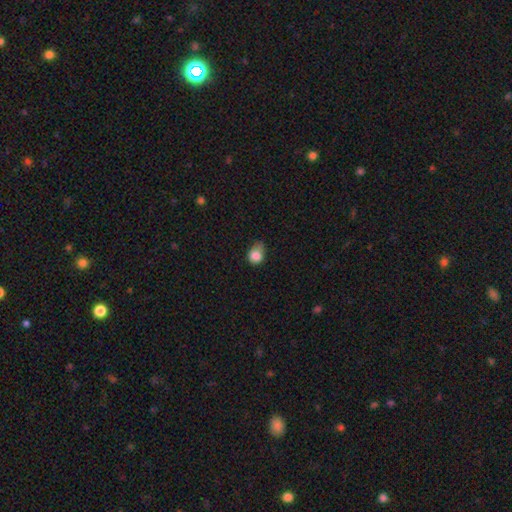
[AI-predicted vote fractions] This appears to be a smooth galaxy with no disk features (82%) that is round (56%). Merging: minor disturbance (46%).